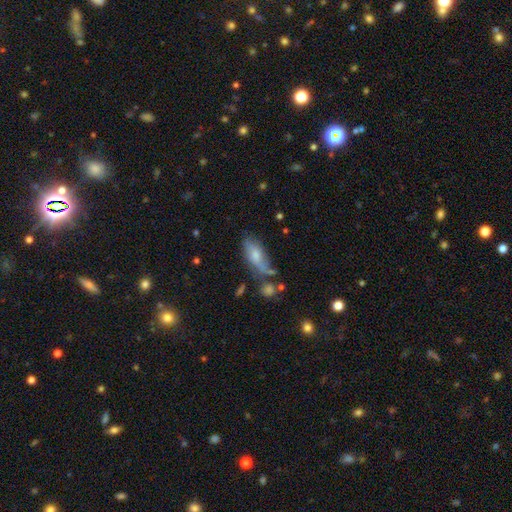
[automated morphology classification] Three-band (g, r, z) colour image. It shows a smooth galaxy with no disk features (58%) that is in between round and cigar-shaped (72%). Merging: none (54%).